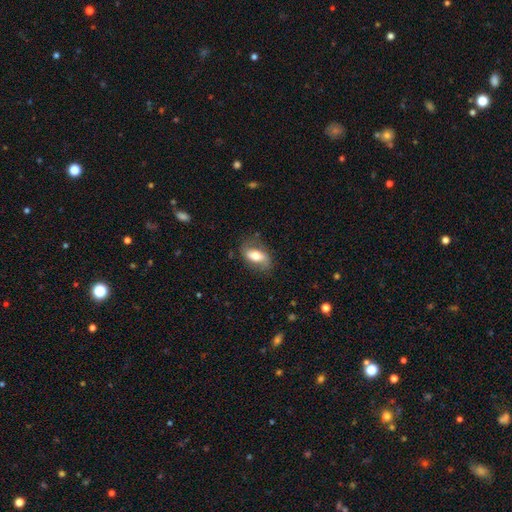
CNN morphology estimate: Smooth or featured? smooth (53%)
How rounded? in between (85%)
Merging? none (69%)